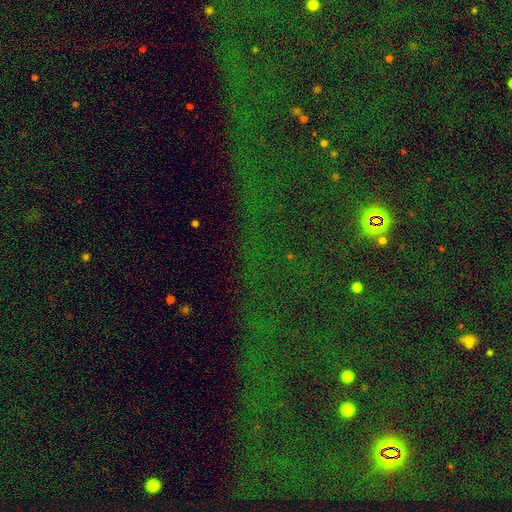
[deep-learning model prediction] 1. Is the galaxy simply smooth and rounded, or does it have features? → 81% star or artifact, 10% smooth, 9% featured or disk.